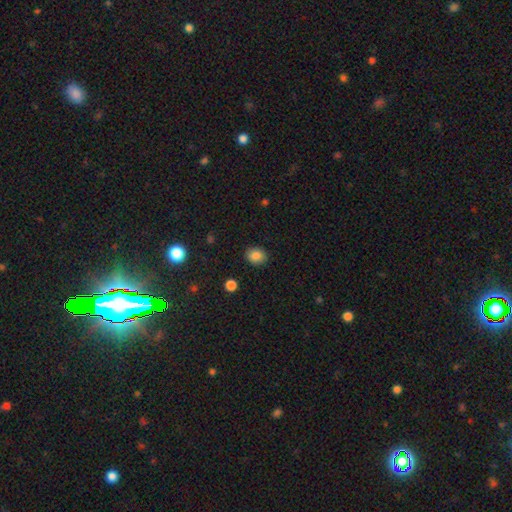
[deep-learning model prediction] The model was most divided on "how rounded": round: 56%, in between: 43%, cigar-shaped: 1%. More confident: merging — none (89%); smooth or featured — smooth (85%).